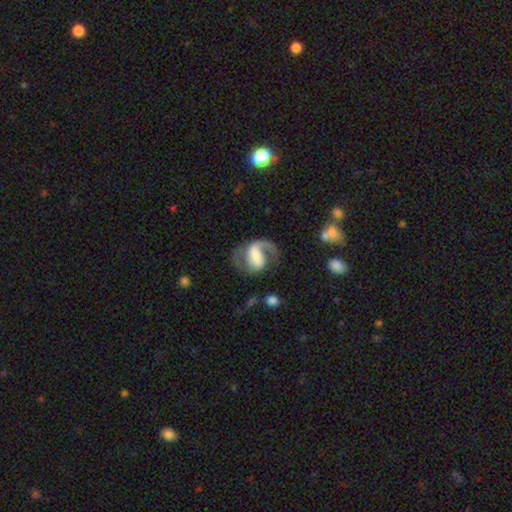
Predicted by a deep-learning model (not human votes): Smooth or featured? Predicted: featured or disk (p=0.79). Edge-on disk? Predicted: no (p=0.98). Bar? Predicted: weak (p=0.39). Spiral arms? Predicted: yes (p=0.93). Spiral winding? Predicted: medium (p=0.49). Spiral arm count? Predicted: 2 (p=0.66). Bulge size? Predicted: large (p=0.26). Merging? Predicted: none (p=0.54).